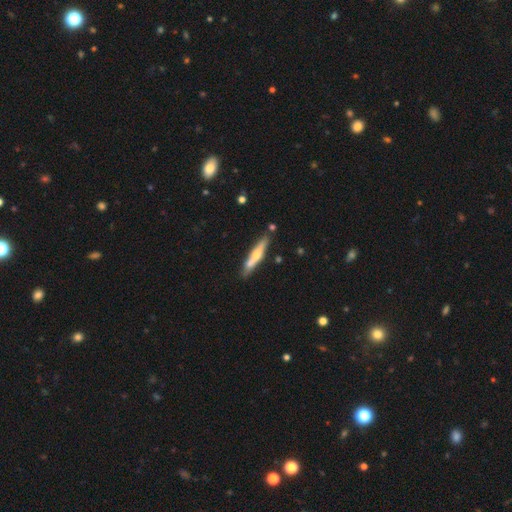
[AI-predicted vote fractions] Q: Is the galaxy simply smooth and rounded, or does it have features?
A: smooth — 48%.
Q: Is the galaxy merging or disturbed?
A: none — 75%.